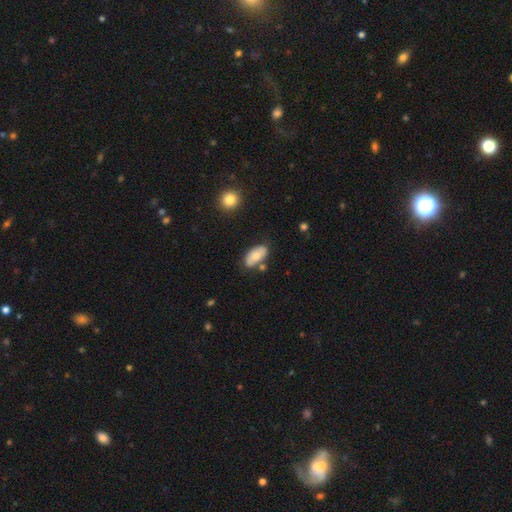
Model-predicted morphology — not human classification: smooth-or-featured: smooth: 72% | featured or disk: 22% | star or artifact: 7%
  how-rounded: in between: 93% | cigar-shaped: 4% | round: 3%
  merging: none: 68% | minor disturbance: 19% | merger: 9% | major disturbance: 4%